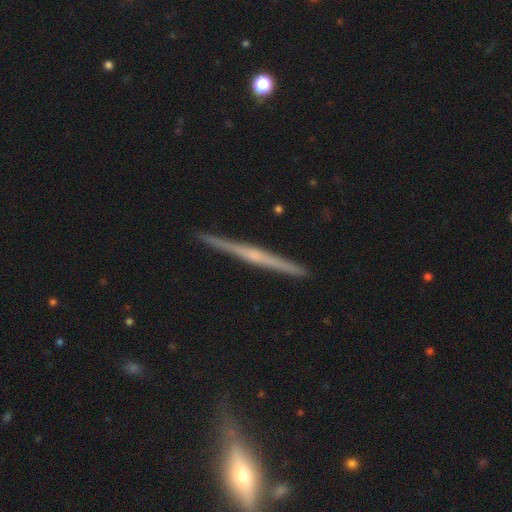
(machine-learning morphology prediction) smooth_or_featured: featured or disk (p=0.75) [alt: smooth p=0.20]
disk_edge_on: yes (p=0.98) [alt: no p=0.02]
edge_on_bulge: none (p=0.45) [tied with: rounded p=0.45]
merging: none (p=0.92) [alt: minor disturbance p=0.06]